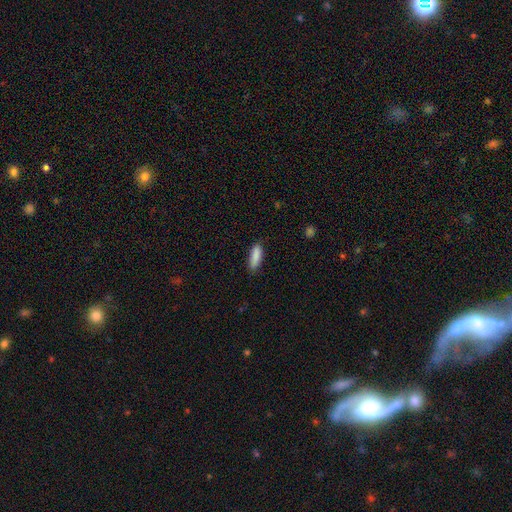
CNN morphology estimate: Smooth or featured: smooth — 88% (star or artifact — 7%)
How rounded: in between — 57% (cigar-shaped — 41%)
Merging: none — 80% (minor disturbance — 16%)